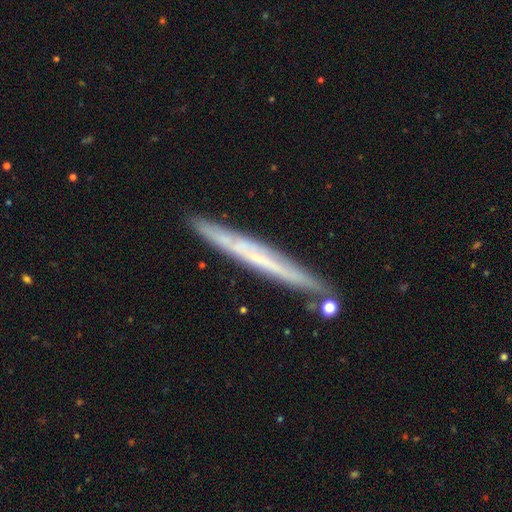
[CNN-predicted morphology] smooth_or_featured: featured or disk (p=0.63) [alt: smooth p=0.30]
disk_edge_on: yes (p=0.92) [alt: no p=0.08]
edge_on_bulge: none (p=0.84) [alt: rounded p=0.11]
merging: none (p=0.83) [alt: minor disturbance p=0.11]